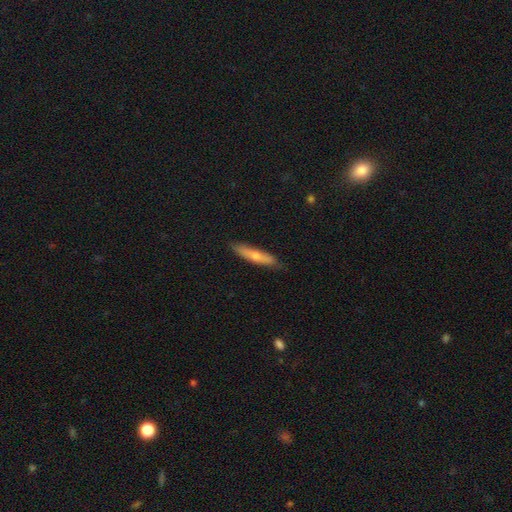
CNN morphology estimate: Smooth or featured? smooth (63%)
How rounded? cigar-shaped (85%)
Merging? none (83%)